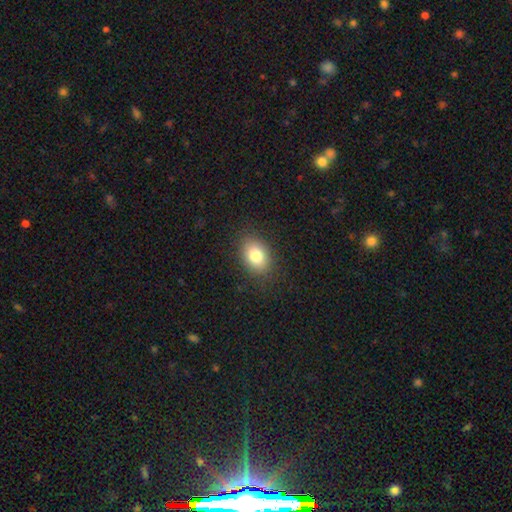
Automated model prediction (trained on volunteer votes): Q: Smooth or featured?
A: smooth (82%); runner-up: star or artifact (10%)
Q: How rounded?
A: in between (73%); runner-up: round (26%)
Q: Merging?
A: none (86%); runner-up: minor disturbance (10%)